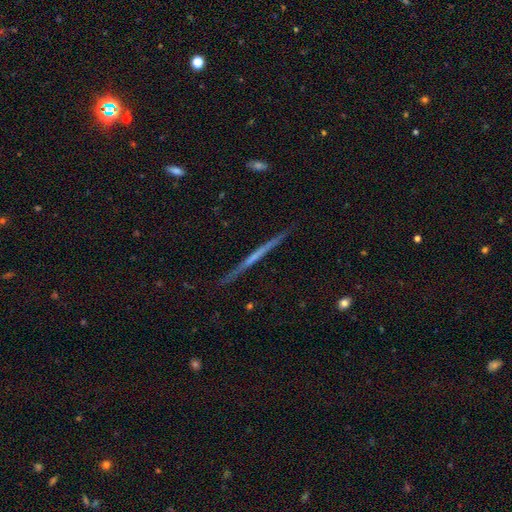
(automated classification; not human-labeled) Q: Smooth or featured?
A: featured or disk (65%); runner-up: smooth (29%)
Q: Edge-on disk?
A: yes (98%); runner-up: no (2%)
Q: Edge-on bulge?
A: none (85%); runner-up: rounded (10%)
Q: Merging?
A: none (90%); runner-up: minor disturbance (7%)